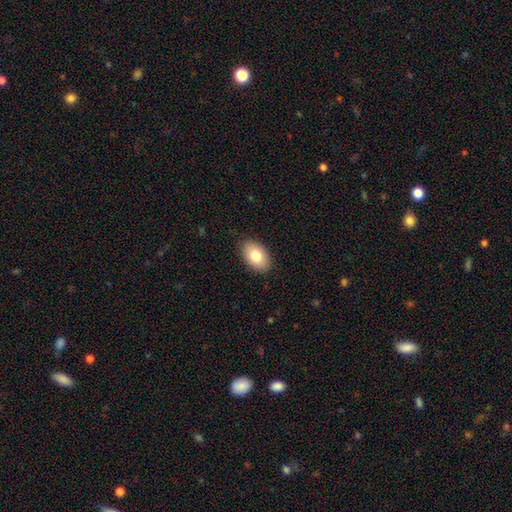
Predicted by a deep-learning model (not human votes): A smooth galaxy with no disk features (81%) that is in between round and cigar-shaped (91%).

Vote fractions:
- Smooth or featured? smooth: 81% / featured or disk: 12% / star or artifact: 7%
- How rounded? in between: 91% / round: 8% / cigar-shaped: 1%
- Merging? none: 88% / minor disturbance: 9% / major disturbance: 2% / merger: 1%